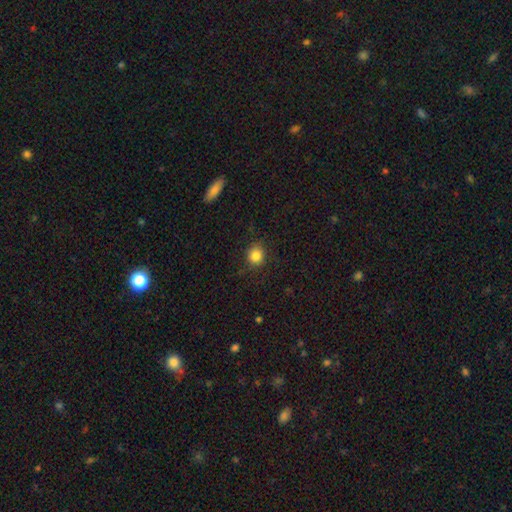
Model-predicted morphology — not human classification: A smooth galaxy with no disk features (84%) that is round (83%). Merging: none (86%).